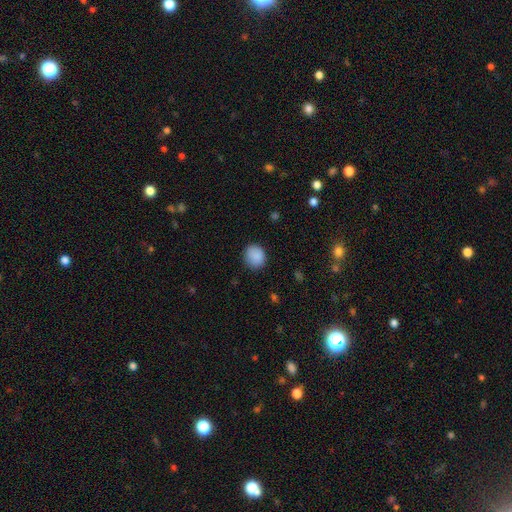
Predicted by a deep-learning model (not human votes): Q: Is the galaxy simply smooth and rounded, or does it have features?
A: smooth — 88%.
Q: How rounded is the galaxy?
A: round — 73%.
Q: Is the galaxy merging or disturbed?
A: none — 84%.